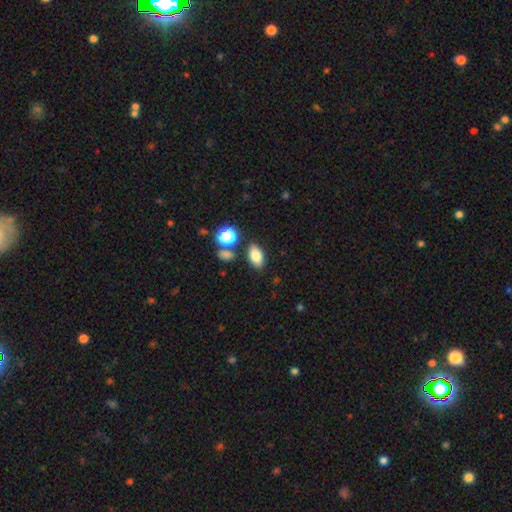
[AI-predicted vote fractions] smooth-or-featured: smooth: 80% | star or artifact: 10% | featured or disk: 9%
  how-rounded: in between: 87% | round: 10% | cigar-shaped: 3%
  merging: none: 80% | minor disturbance: 10% | merger: 7% | major disturbance: 3%